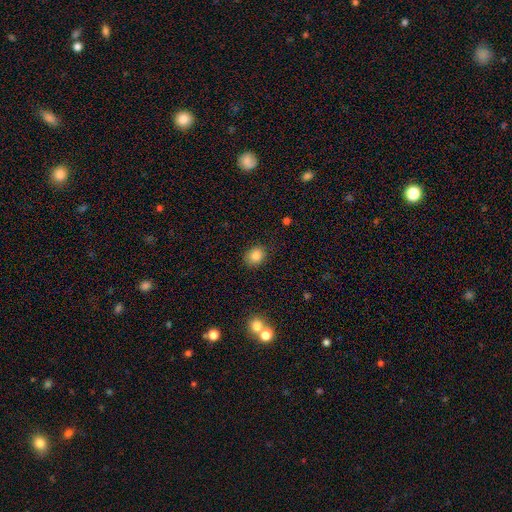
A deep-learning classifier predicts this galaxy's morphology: This appears to be a smooth galaxy with no disk features (84%) that is round (59%). Merging: none (84%).